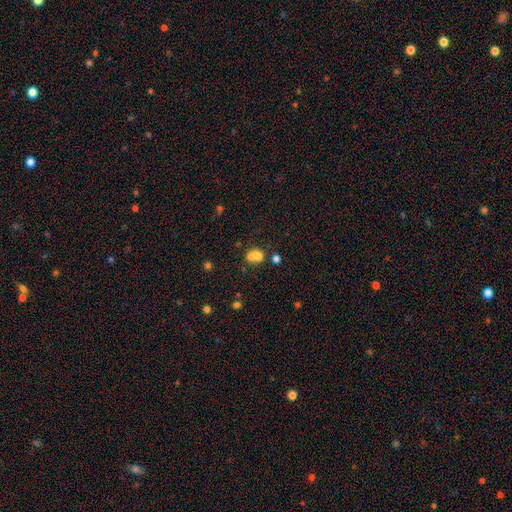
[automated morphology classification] smooth_or_featured: smooth (p=0.68) [alt: featured or disk p=0.17]
how_rounded: round (p=0.54) [alt: in between p=0.45]
merging: merger (p=0.52) [alt: none p=0.30]